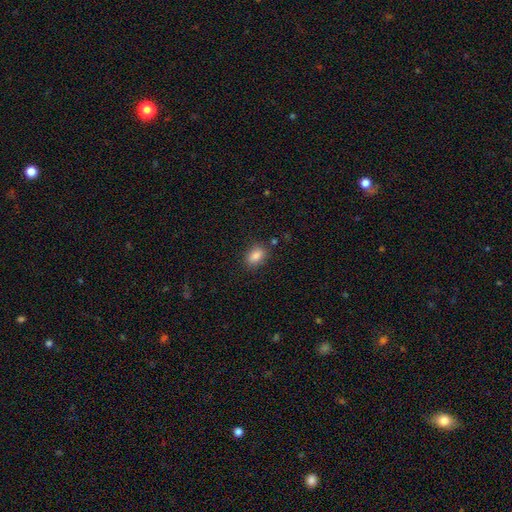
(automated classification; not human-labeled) A smooth galaxy with no disk features (85%) that is in between round and cigar-shaped (83%). Merging: none (83%).